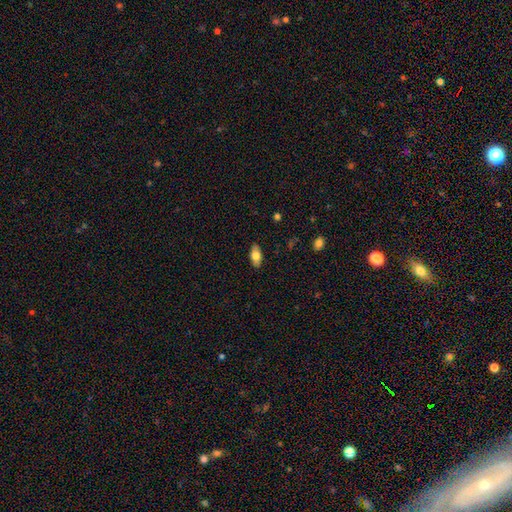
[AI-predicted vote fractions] This appears to be a smooth galaxy with no disk features (73%) that is in between round and cigar-shaped (89%). Merging: none (87%).